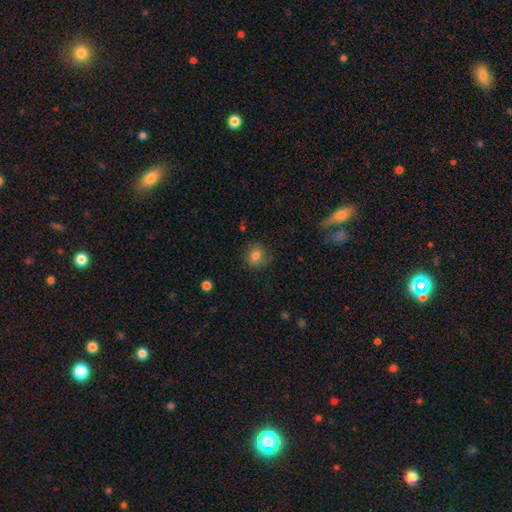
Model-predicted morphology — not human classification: Smooth or featured?
  - smooth: 78% *
  - featured or disk: 12%
  - star or artifact: 11%
How rounded?
  - round: 73% *
  - in between: 26%
  - cigar-shaped: 1%
Merging?
  - none: 74% *
  - minor disturbance: 18%
  - major disturbance: 7%
  - merger: 1%